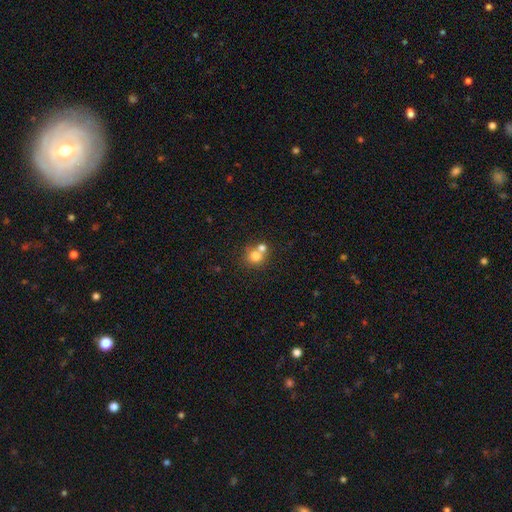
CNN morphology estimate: Smooth or featured: smooth — 76% (star or artifact — 12%)
How rounded: round — 84% (in between — 15%)
Merging: none — 46% (merger — 44%)